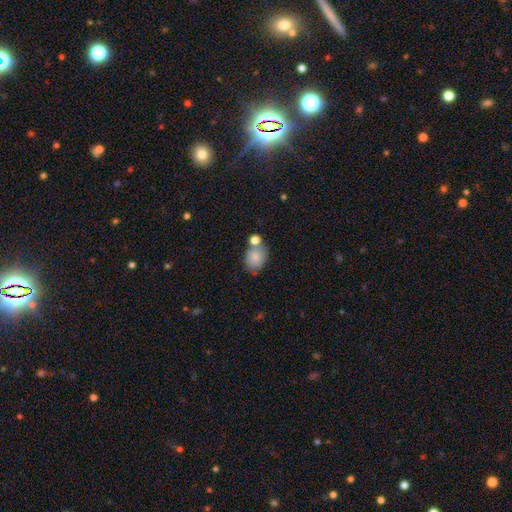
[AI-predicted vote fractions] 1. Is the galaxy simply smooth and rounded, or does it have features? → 82% smooth, 9% featured or disk, 8% star or artifact.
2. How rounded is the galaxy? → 64% in between, 34% round, 1% cigar-shaped.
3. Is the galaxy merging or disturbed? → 55% none, 24% merger, 16% minor disturbance, 5% major disturbance.